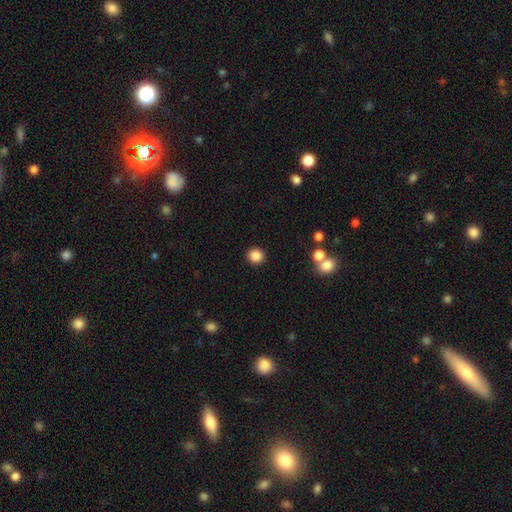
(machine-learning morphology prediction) smooth-or-featured: smooth: 86% | star or artifact: 10% | featured or disk: 4%
  how-rounded: round: 90% | in between: 9% | cigar-shaped: 1%
  merging: none: 91% | minor disturbance: 5% | merger: 2% | major disturbance: 2%